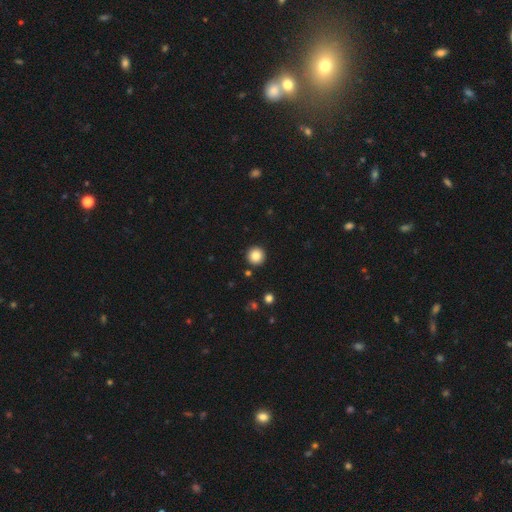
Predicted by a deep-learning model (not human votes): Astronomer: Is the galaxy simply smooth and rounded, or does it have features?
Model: smooth — 86%.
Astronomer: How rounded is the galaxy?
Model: round — 96%.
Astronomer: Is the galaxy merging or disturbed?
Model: none — 92%.